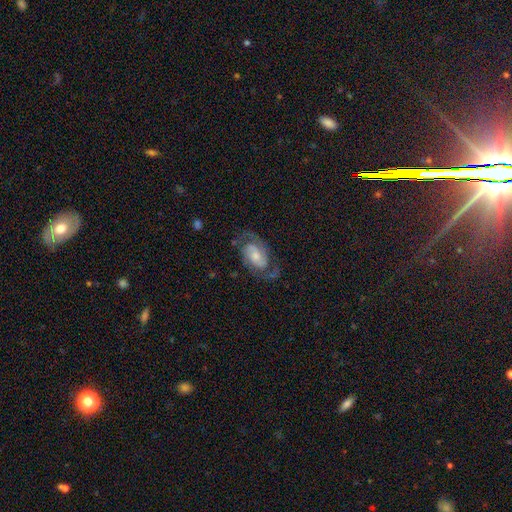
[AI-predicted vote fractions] Q: Smooth or featured?
A: featured or disk (82%); runner-up: smooth (12%)
Q: Edge-on disk?
A: no (97%); runner-up: yes (3%)
Q: Bar?
A: no (52%); runner-up: weak (39%)
Q: Spiral arms?
A: yes (95%); runner-up: no (5%)
Q: Spiral winding?
A: medium (51%); runner-up: tight (31%)
Q: Spiral arm count?
A: 2 (88%); runner-up: can't tell (5%)
Q: Bulge size?
A: small (46%); runner-up: moderate (41%)
Q: Merging?
A: none (67%); runner-up: minor disturbance (18%)